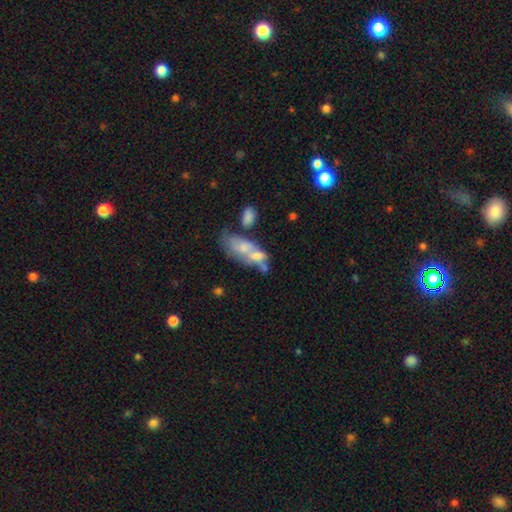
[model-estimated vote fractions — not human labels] Q: Smooth or featured?
A: featured or disk (49%); runner-up: smooth (38%)
Q: Merging?
A: merger (44%); runner-up: none (26%)